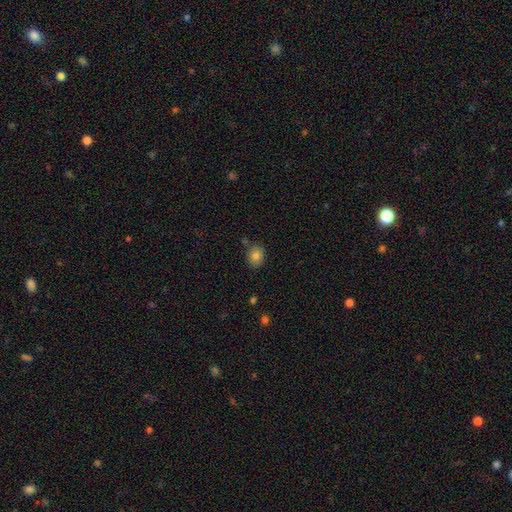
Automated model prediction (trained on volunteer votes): The model was most divided on "how rounded": round: 58%, in between: 41%, cigar-shaped: 1%. More confident: smooth or featured — smooth (82%); merging — none (79%).